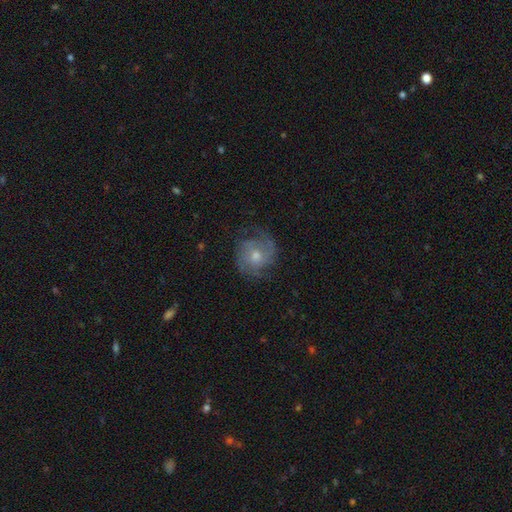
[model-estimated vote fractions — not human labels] smooth_or_featured: featured or disk (p=0.73) [alt: smooth p=0.18]
disk_edge_on: no (p=0.97) [alt: yes p=0.03]
bar: no (p=0.72) [alt: weak p=0.25]
has_spiral_arms: yes (p=0.92) [alt: no p=0.08]
spiral_winding: tight (p=0.42) [tied with: medium p=0.42]
spiral_arm_count: 2 (p=0.51) [alt: can't tell p=0.21]
bulge_size: moderate (p=0.59) [alt: small p=0.35]
merging: none (p=0.73) [alt: minor disturbance p=0.17]